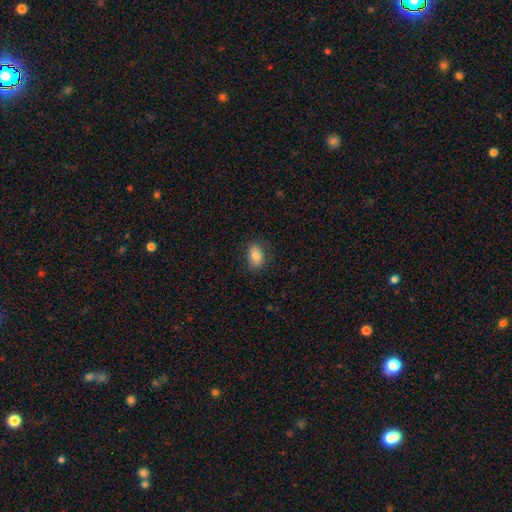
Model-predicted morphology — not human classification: This appears to be a smooth galaxy with no disk features (82%) that is in between round and cigar-shaped (86%). Merging: none (84%).